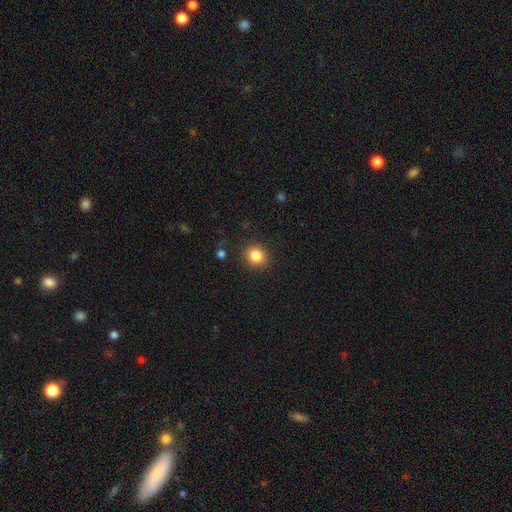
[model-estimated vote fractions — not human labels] Smooth or featured? smooth (85%)
How rounded? round (85%)
Merging? none (88%)